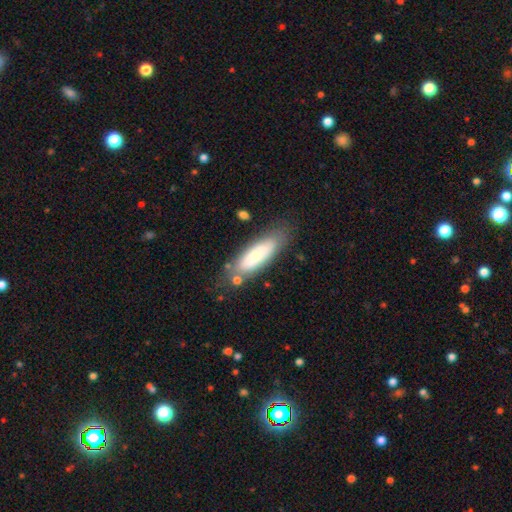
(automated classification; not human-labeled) Smooth or featured? Predicted: smooth (p=0.69). How rounded? Predicted: in between (p=0.50). Merging? Predicted: none (p=0.70).